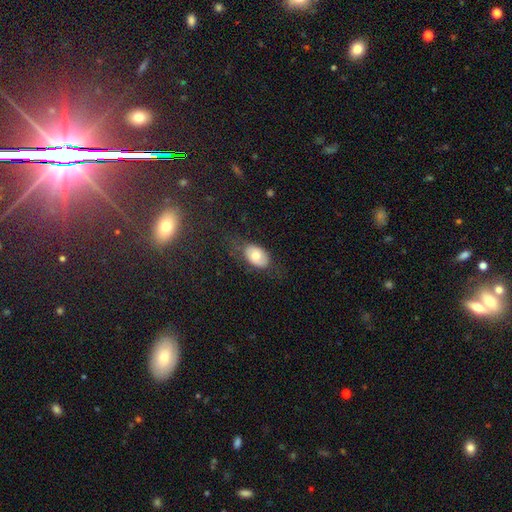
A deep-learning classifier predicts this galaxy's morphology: The model was most divided on "smooth or featured": smooth: 68%, featured or disk: 24%, star or artifact: 8%. More confident: how rounded — in between (90%); merging — none (69%).